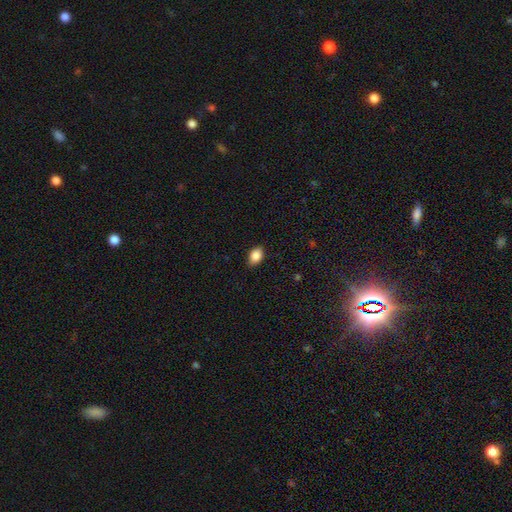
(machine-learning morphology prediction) smooth_or_featured: smooth (p=0.87) [alt: star or artifact p=0.08]
how_rounded: in between (p=0.83) [alt: round p=0.16]
merging: none (p=0.85) [alt: minor disturbance p=0.12]